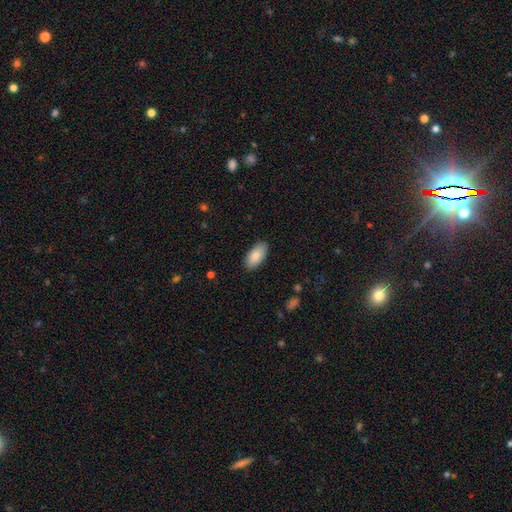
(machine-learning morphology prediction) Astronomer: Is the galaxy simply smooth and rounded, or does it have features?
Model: smooth — 87%.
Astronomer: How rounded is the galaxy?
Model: in between — 93%.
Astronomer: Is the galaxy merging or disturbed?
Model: none — 88%.